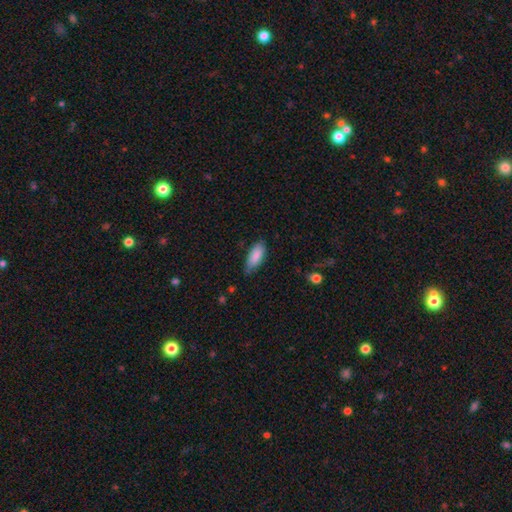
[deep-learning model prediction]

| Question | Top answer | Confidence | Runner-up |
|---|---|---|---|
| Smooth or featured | smooth | 87% | featured or disk (7%) |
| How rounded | in between | 82% | cigar-shaped (16%) |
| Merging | none | 67% | minor disturbance (28%) |